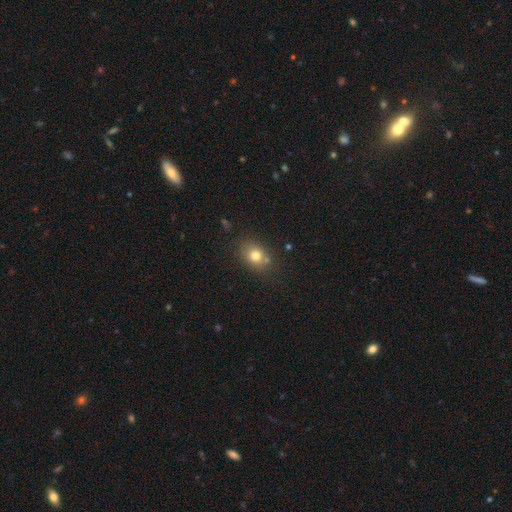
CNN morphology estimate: smooth_or_featured: smooth (p=0.77) [alt: star or artifact p=0.12]
how_rounded: in between (p=0.52) [alt: round p=0.47]
merging: none (p=0.73) [alt: minor disturbance p=0.14]